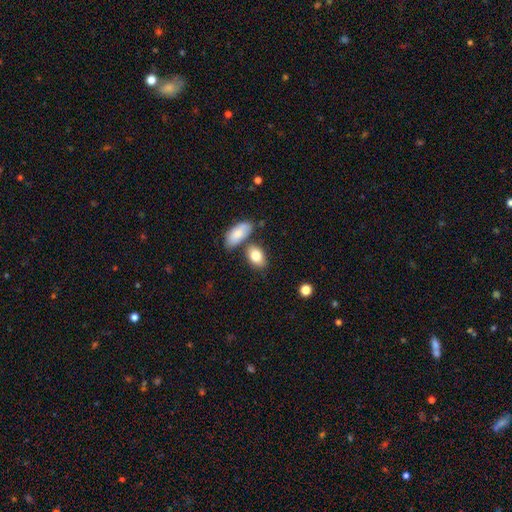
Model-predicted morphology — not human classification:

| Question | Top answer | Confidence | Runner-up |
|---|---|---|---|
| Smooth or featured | smooth | 81% | featured or disk (12%) |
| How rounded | in between | 88% | round (10%) |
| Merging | none | 65% | merger (18%) |